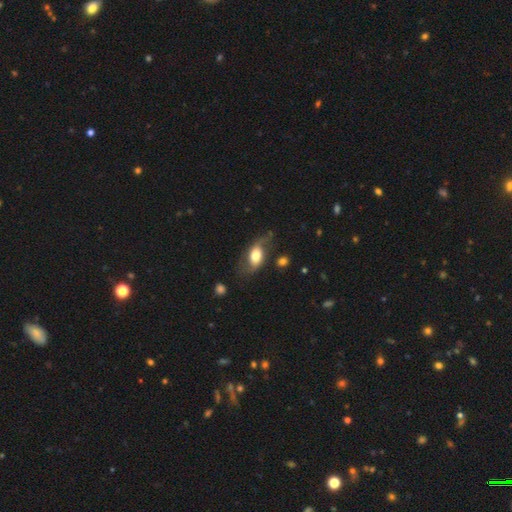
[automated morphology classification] smooth 51%, featured or disk 42%, star or artifact 7%. Down the decision tree: how rounded — in between (86%); merging — none (54%).